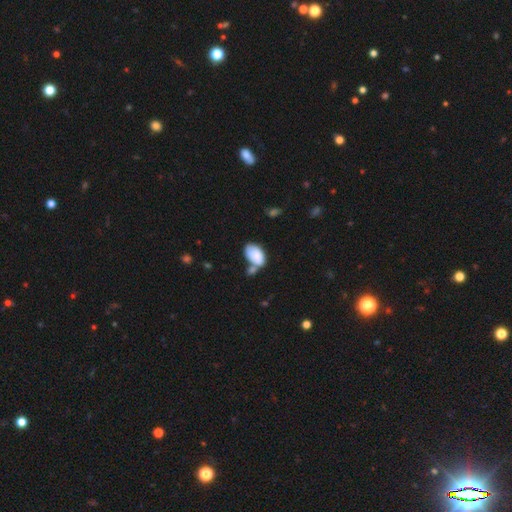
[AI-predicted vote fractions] Q: Smooth or featured?
A: smooth (83%); runner-up: featured or disk (10%)
Q: How rounded?
A: in between (93%); runner-up: round (6%)
Q: Merging?
A: merger (36%); runner-up: none (35%)